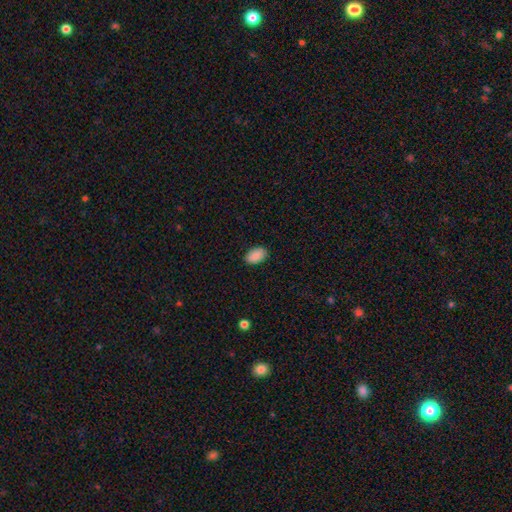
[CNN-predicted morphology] Q: Smooth or featured?
A: smooth (89%); runner-up: star or artifact (7%)
Q: How rounded?
A: in between (91%); runner-up: round (8%)
Q: Merging?
A: none (88%); runner-up: minor disturbance (9%)